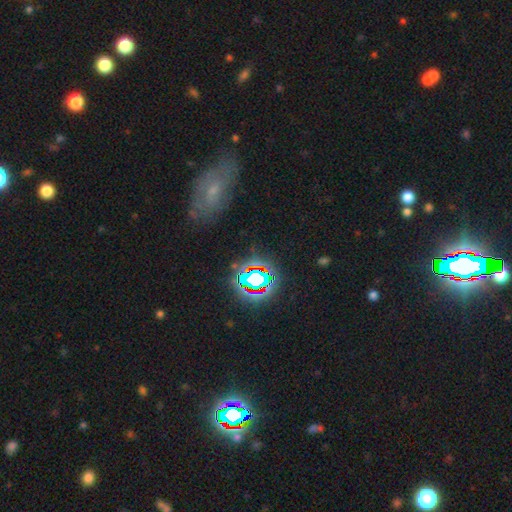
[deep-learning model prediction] Q: Smooth or featured?
A: star or artifact (63%); runner-up: smooth (20%)